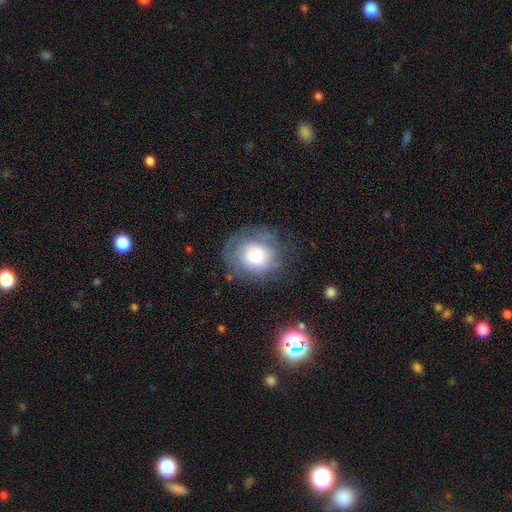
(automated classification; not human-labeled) smooth 70%, featured or disk 21%, star or artifact 10%. Down the decision tree: how rounded — round (85%); merging — none (62%).